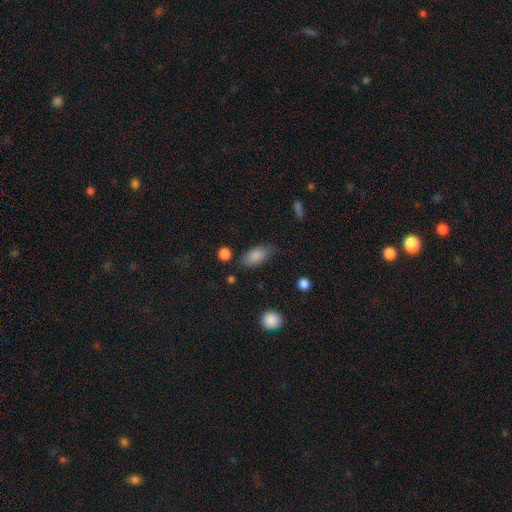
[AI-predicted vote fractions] This appears to be a smooth galaxy with no disk features (87%) that is in between round and cigar-shaped (90%). Merging: none (74%).